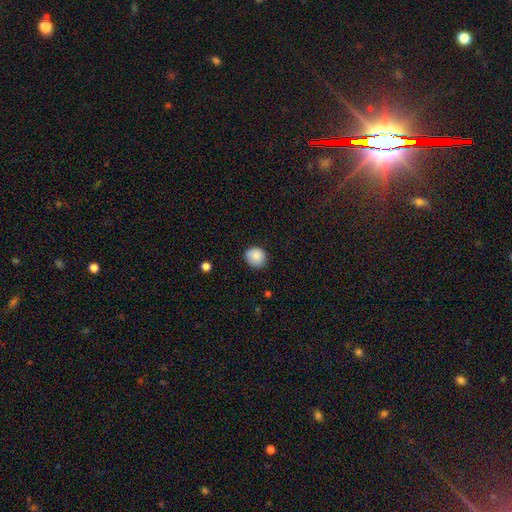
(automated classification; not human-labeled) A smooth galaxy with no disk features (87%) that is round (86%).

Vote fractions:
- Smooth or featured? smooth: 87% / star or artifact: 8% / featured or disk: 5%
- How rounded? round: 86% / in between: 13% / cigar-shaped: 1%
- Merging? none: 81% / minor disturbance: 15% / major disturbance: 3% / merger: 1%